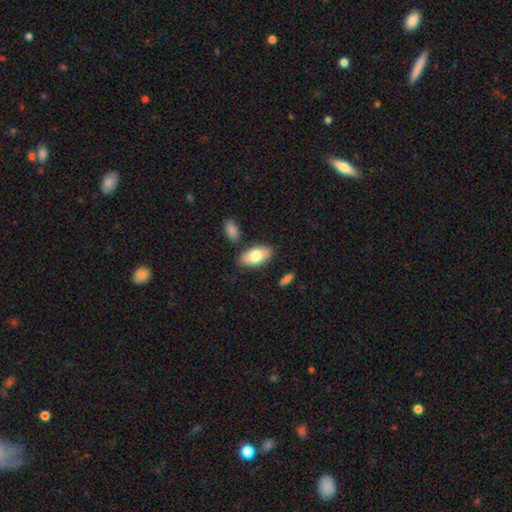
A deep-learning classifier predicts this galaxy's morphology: smooth_or_featured: smooth (p=0.78) [alt: featured or disk p=0.16]
how_rounded: in between (p=0.93) [alt: cigar-shaped p=0.04]
merging: none (p=0.80) [alt: minor disturbance p=0.12]